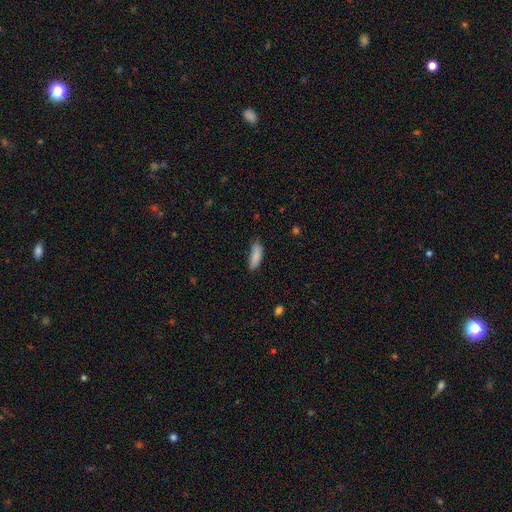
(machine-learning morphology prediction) smooth 86%, featured or disk 7%, star or artifact 7%. Down the decision tree: how rounded — in between (61%); merging — none (65%).